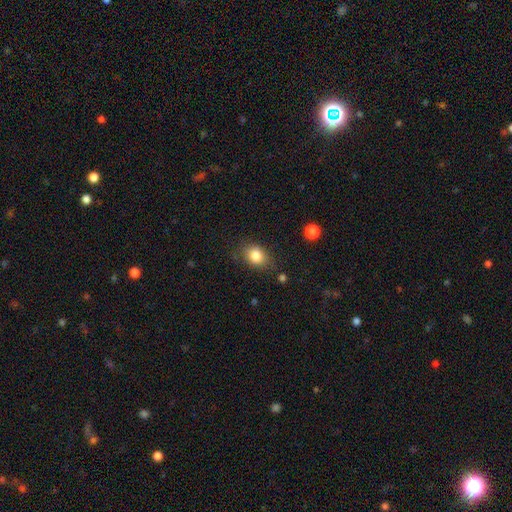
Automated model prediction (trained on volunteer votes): A smooth galaxy with no disk features (83%) that is in between round and cigar-shaped (61%). Merging: none (78%).